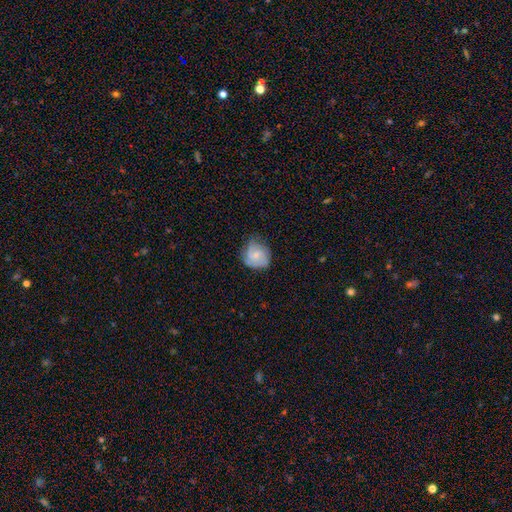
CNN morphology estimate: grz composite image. It shows a smooth galaxy with no disk features (57%) that is round (75%). Merging: none (59%).